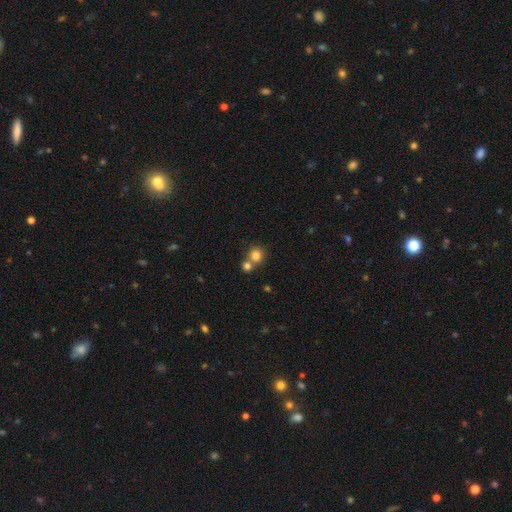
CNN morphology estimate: A smooth galaxy with no disk features (81%) that is round (89%). Merging: none (54%).